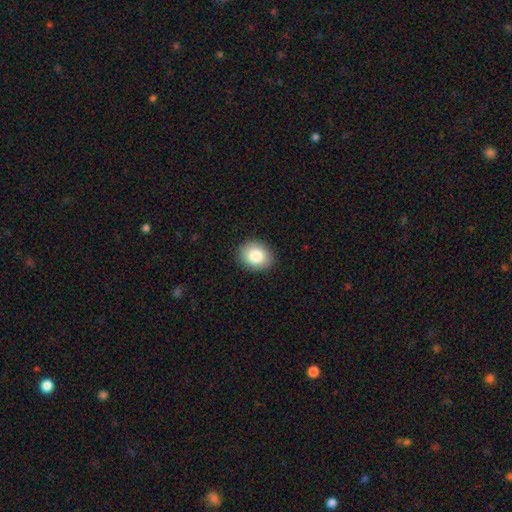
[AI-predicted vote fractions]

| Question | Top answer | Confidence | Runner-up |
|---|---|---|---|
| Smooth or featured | smooth | 84% | star or artifact (8%) |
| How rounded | in between | 51% | round (48%) |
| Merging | none | 90% | minor disturbance (7%) |